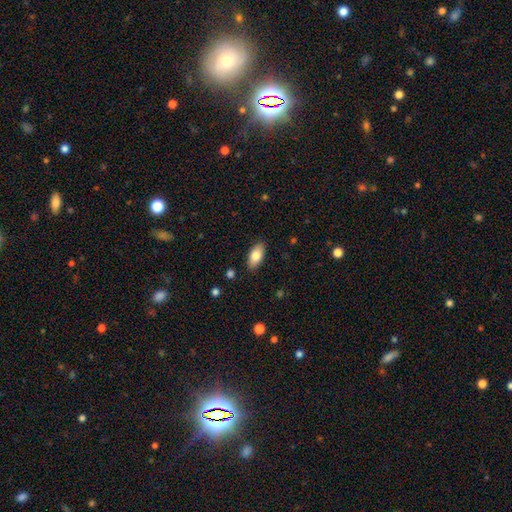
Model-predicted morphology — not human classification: smooth 80%, featured or disk 13%, star or artifact 7%. Down the decision tree: how rounded — in between (90%); merging — none (86%).